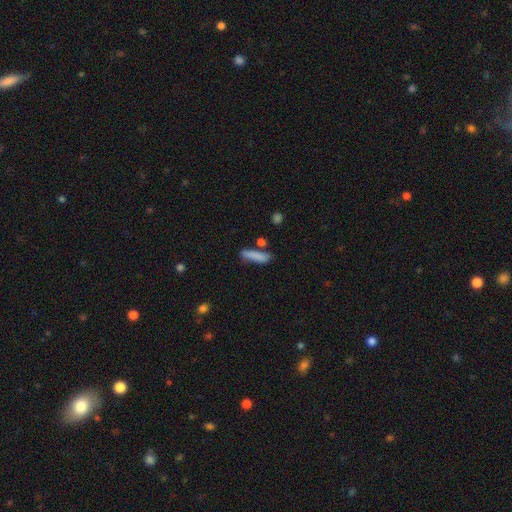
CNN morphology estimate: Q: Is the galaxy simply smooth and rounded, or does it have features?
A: smooth — 83%.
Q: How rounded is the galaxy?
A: cigar-shaped — 78%.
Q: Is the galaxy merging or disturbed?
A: none — 69%.